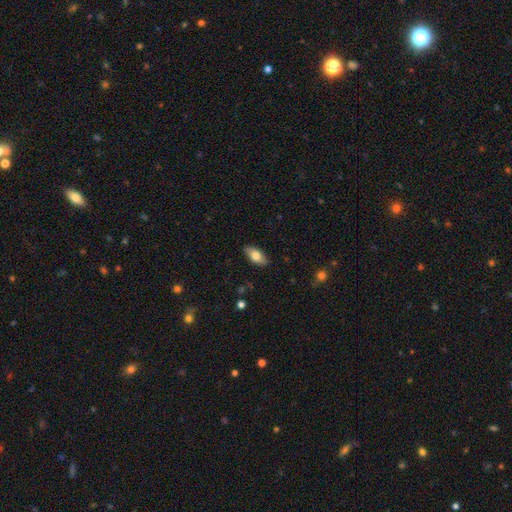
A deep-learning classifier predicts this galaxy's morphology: Smooth or featured?
  - smooth: 74% *
  - featured or disk: 20%
  - star or artifact: 6%
How rounded?
  - in between: 88% *
  - cigar-shaped: 9%
  - round: 3%
Merging?
  - none: 87% *
  - minor disturbance: 10%
  - major disturbance: 2%
  - merger: 1%